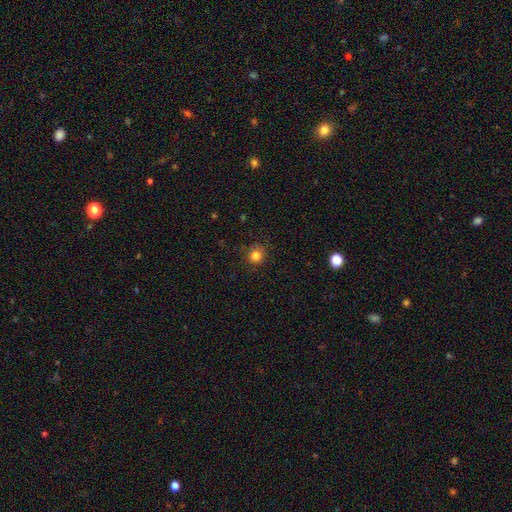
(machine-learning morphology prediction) A smooth galaxy with no disk features (83%) that is round (89%). Merging: none (86%).